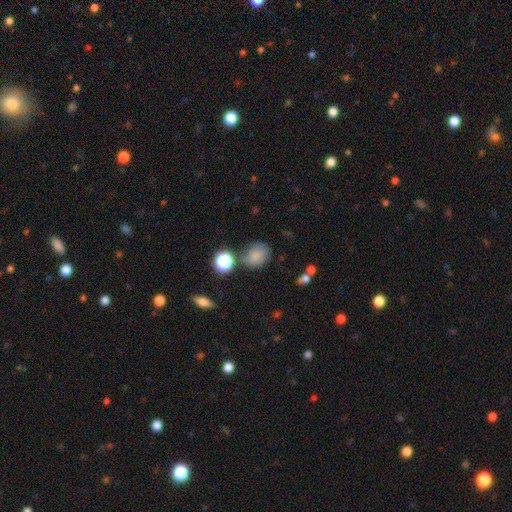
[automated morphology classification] Overall: smooth (78%). How rounded: round (57%; in between 42%). Merging: none (64%).